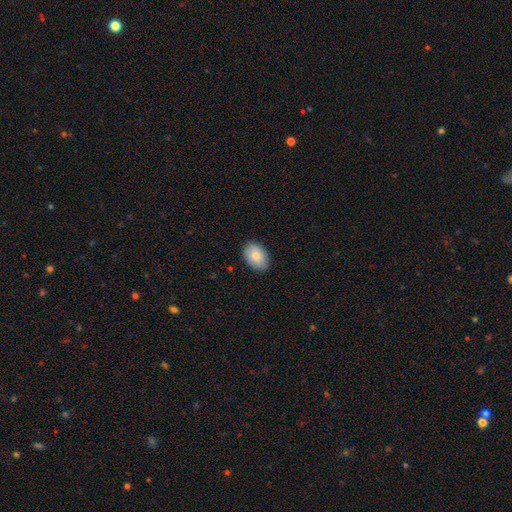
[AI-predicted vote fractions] smooth_or_featured: smooth (p=0.85) [alt: featured or disk p=0.09]
how_rounded: in between (p=0.86) [alt: round p=0.13]
merging: none (p=0.86) [alt: minor disturbance p=0.11]